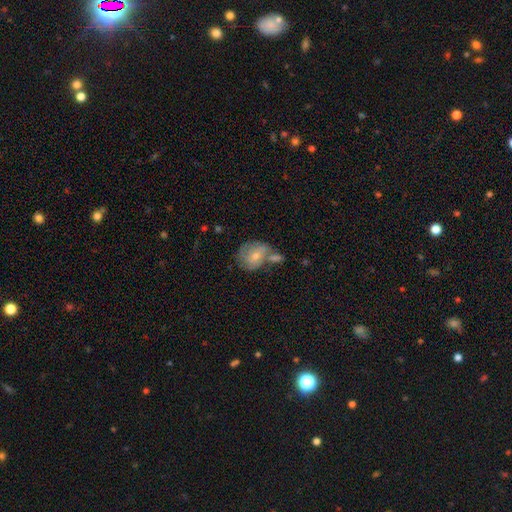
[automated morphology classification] Smooth or featured: smooth — 50% (featured or disk — 43%)
Merging: merger — 36% (none — 34%)